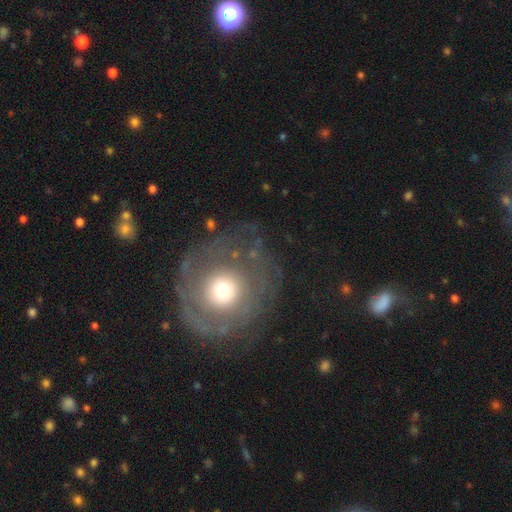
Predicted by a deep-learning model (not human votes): Morphology: type=featured or disk (54%); edge-on=no (96%); bar=no (87%); spiral arms=no (54%); bulge=moderate (63%); merging=none (71%).